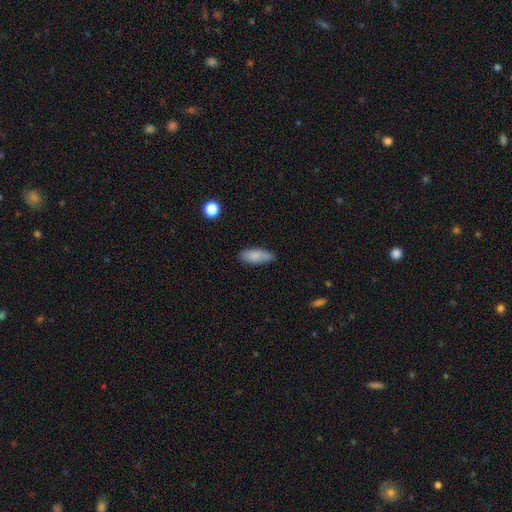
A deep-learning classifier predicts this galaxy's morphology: Smooth or featured? smooth (83%)
How rounded? in between (73%)
Merging? none (71%)